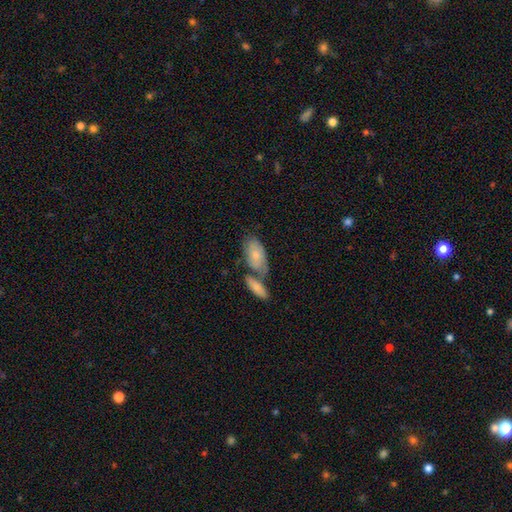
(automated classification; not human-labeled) This appears to be a smooth galaxy with no disk features (70%) that is in between round and cigar-shaped (91%). Merging: none (42%).